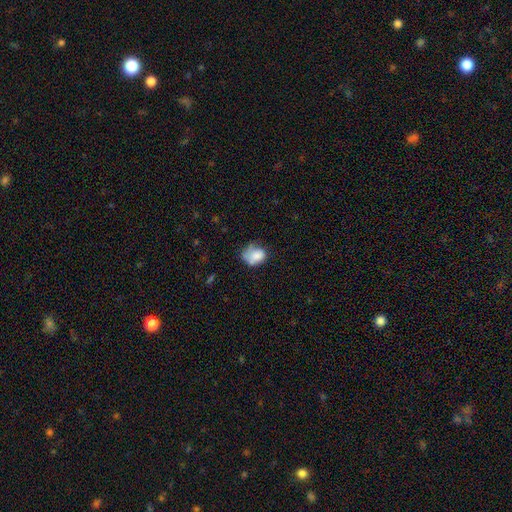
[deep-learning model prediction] This appears to be a smooth galaxy with no disk features (74%) that is in between round and cigar-shaped (55%). Merging: none (38%).